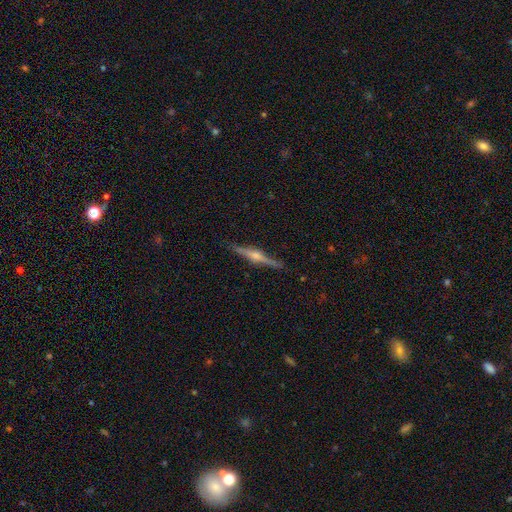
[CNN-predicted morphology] featured or disk 82%, smooth 12%, star or artifact 6%. Down the decision tree: edge-on disk — yes (98%); edge-on bulge — rounded (88%); merging — none (90%).